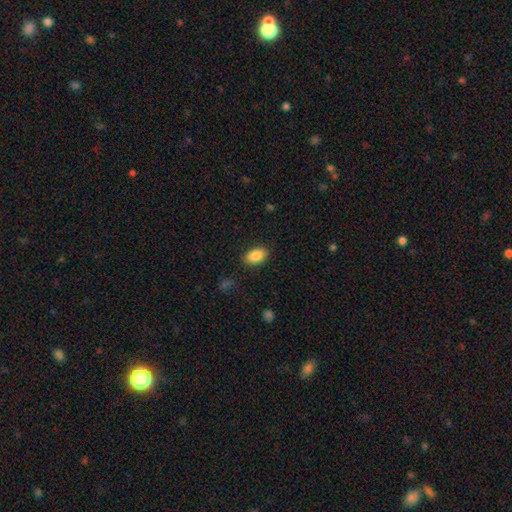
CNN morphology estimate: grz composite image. It shows a smooth galaxy with no disk features (86%) that is in between round and cigar-shaped (92%). Merging: none (88%).